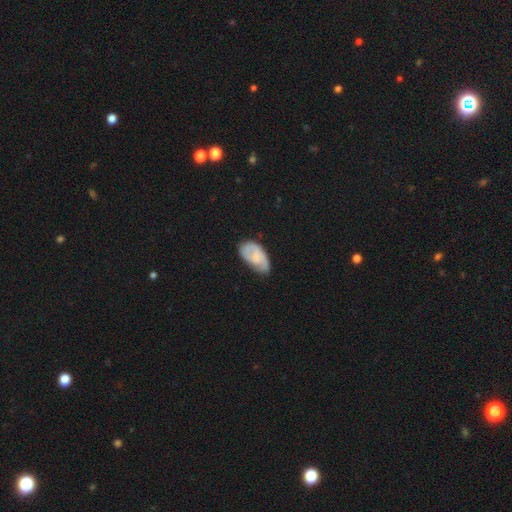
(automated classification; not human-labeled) Q: Smooth or featured?
A: smooth (52%); runner-up: featured or disk (41%)
Q: How rounded?
A: in between (93%); runner-up: round (4%)
Q: Merging?
A: none (51%); runner-up: minor disturbance (36%)